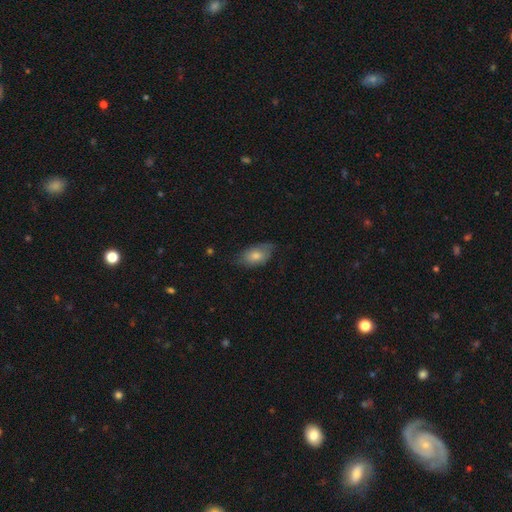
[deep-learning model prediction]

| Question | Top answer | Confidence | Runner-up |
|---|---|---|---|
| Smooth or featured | smooth | 73% | featured or disk (20%) |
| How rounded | in between | 91% | round (7%) |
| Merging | none | 59% | minor disturbance (32%) |